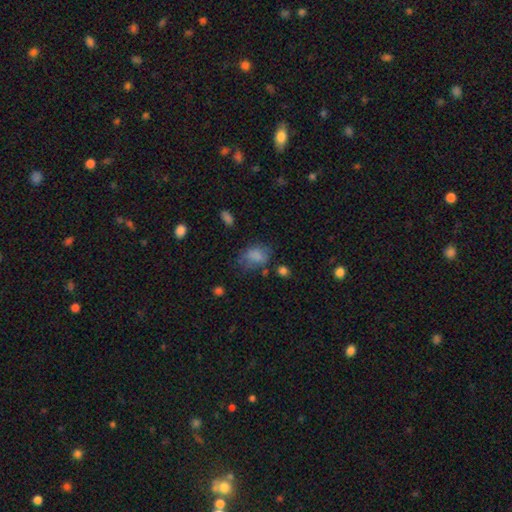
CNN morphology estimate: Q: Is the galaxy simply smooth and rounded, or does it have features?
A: smooth — 77%.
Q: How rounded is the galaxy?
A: in between — 72%.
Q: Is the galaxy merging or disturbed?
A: none — 52%.